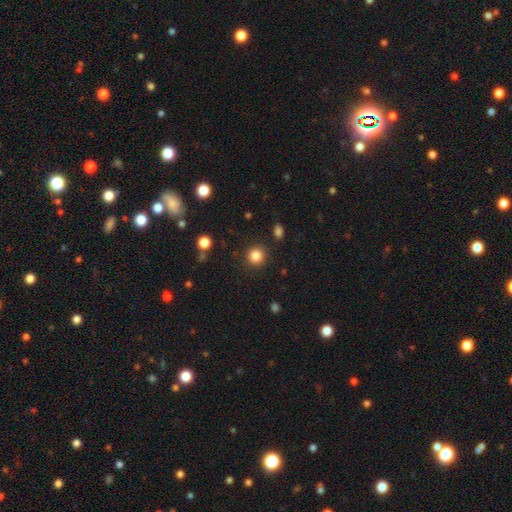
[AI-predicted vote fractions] smooth-or-featured: smooth: 85% | star or artifact: 11% | featured or disk: 4%
  how-rounded: round: 92% | in between: 7% | cigar-shaped: 1%
  merging: none: 89% | minor disturbance: 6% | major disturbance: 3% | merger: 2%